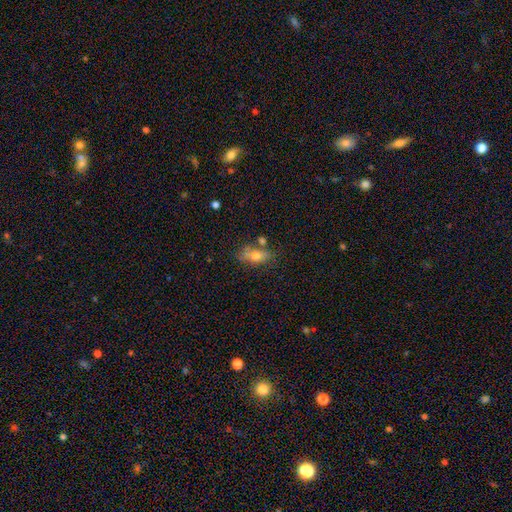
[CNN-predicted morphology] Smooth or featured? Predicted: smooth (p=0.60). How rounded? Predicted: in between (p=0.71). Merging? Predicted: none (p=0.61).